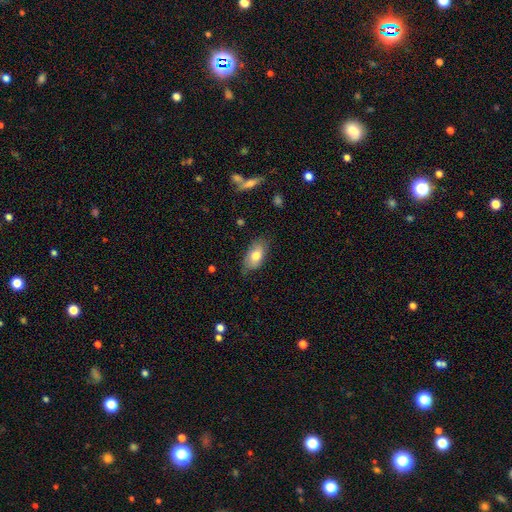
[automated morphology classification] The model was most divided on "merging": none: 74%, minor disturbance: 21%, major disturbance: 4%, merger: 1%. More confident: how rounded — in between (92%); smooth or featured — smooth (75%).